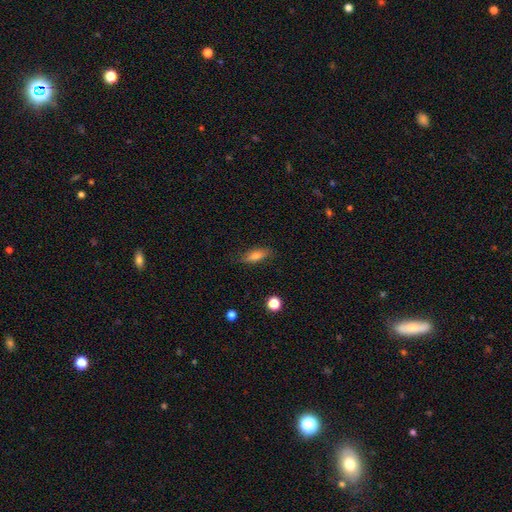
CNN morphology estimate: Q: Smooth or featured?
A: smooth (70%); runner-up: featured or disk (21%)
Q: How rounded?
A: in between (59%); runner-up: cigar-shaped (38%)
Q: Merging?
A: none (79%); runner-up: minor disturbance (16%)